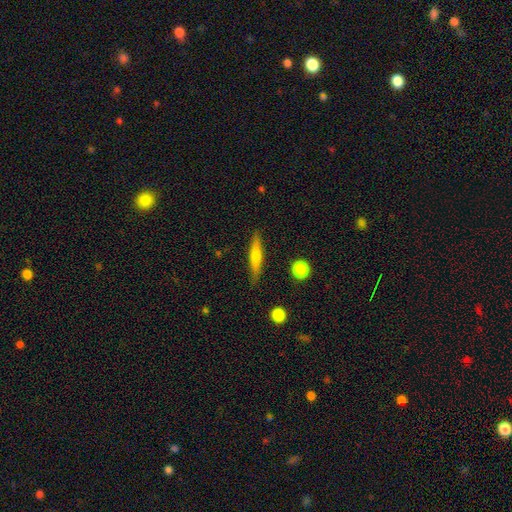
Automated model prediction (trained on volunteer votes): Smooth or featured?
  - smooth: 52% *
  - featured or disk: 41%
  - star or artifact: 7%
How rounded?
  - cigar-shaped: 87% *
  - in between: 11%
  - round: 2%
Merging?
  - none: 84% *
  - minor disturbance: 11%
  - major disturbance: 3%
  - merger: 2%